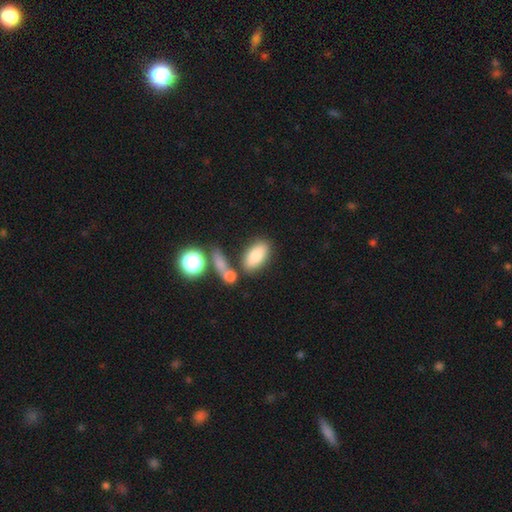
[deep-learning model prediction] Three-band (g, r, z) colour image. It shows a smooth galaxy with no disk features (80%) that is in between round and cigar-shaped (87%). Merging: none (66%).